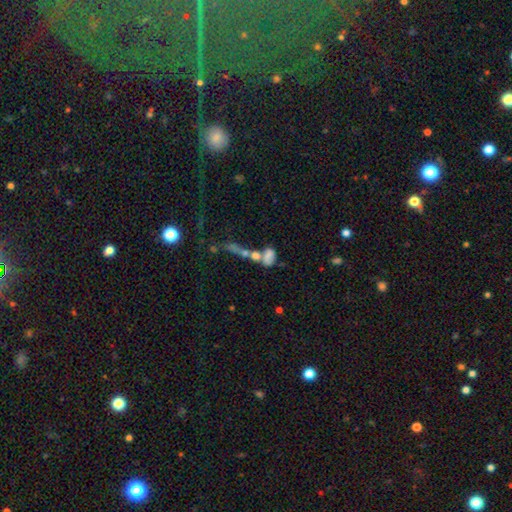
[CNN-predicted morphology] Smooth or featured?
  - star or artifact: 35% *
  - smooth: 34%
  - featured or disk: 31%